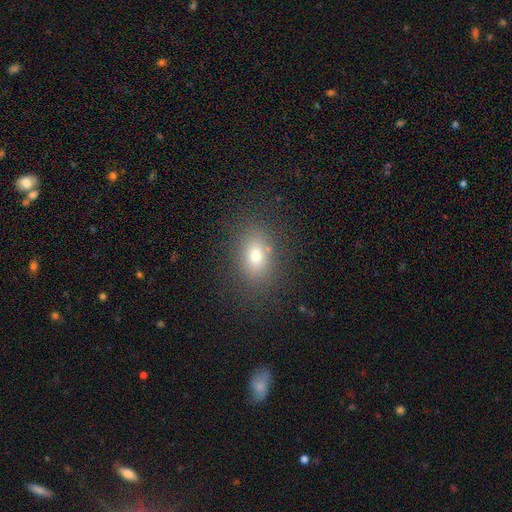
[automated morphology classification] A smooth galaxy with no disk features (75%) that is in between round and cigar-shaped (77%).

Vote fractions:
- Smooth or featured? smooth: 75% / star or artifact: 13% / featured or disk: 12%
- How rounded? in between: 77% / round: 19% / cigar-shaped: 3%
- Merging? none: 84% / minor disturbance: 10% / major disturbance: 4% / merger: 2%